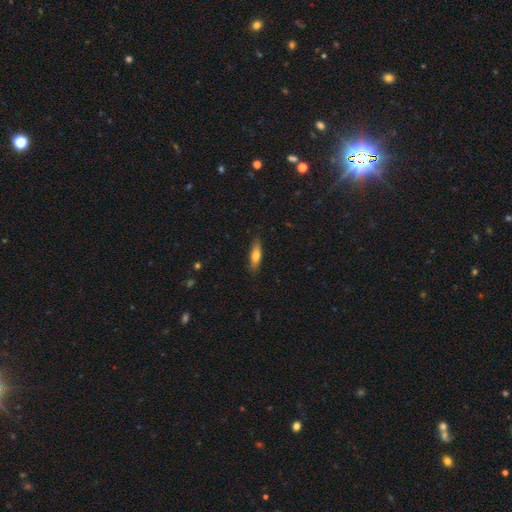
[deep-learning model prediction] smooth 69%, featured or disk 25%, star or artifact 6%. Down the decision tree: how rounded — cigar-shaped (57%); merging — none (85%).